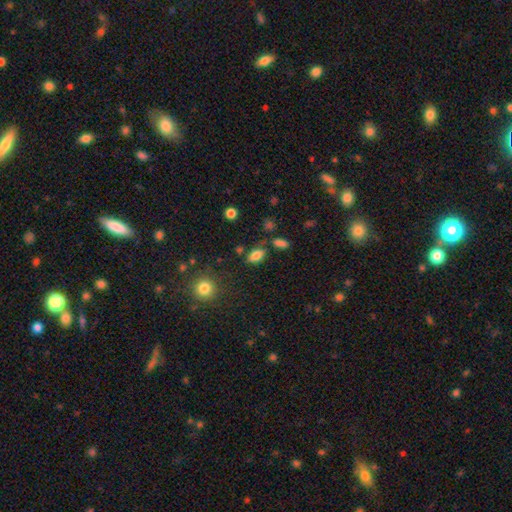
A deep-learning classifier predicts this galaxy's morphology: Smooth or featured?
  - smooth: 81% *
  - star or artifact: 11%
  - featured or disk: 9%
How rounded?
  - in between: 89% *
  - round: 6%
  - cigar-shaped: 5%
Merging?
  - none: 69% *
  - minor disturbance: 17%
  - merger: 8%
  - major disturbance: 6%